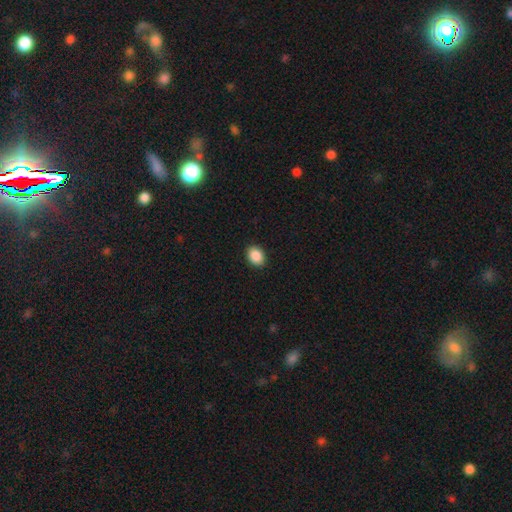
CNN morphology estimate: Smooth or featured? smooth (89%)
How rounded? in between (68%)
Merging? none (90%)